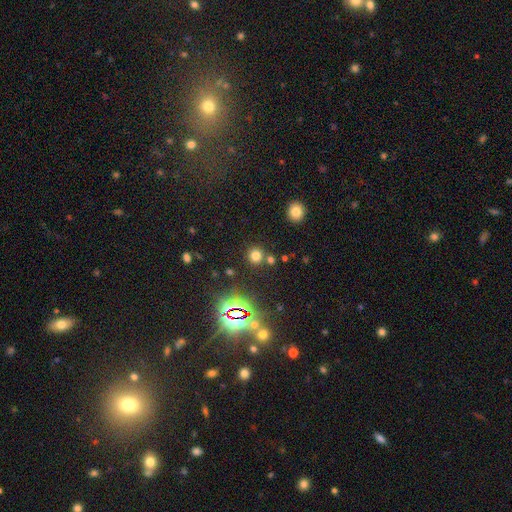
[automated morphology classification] smooth 68%, star or artifact 25%, featured or disk 7%. Down the decision tree: how rounded — round (90%); merging — none (79%).